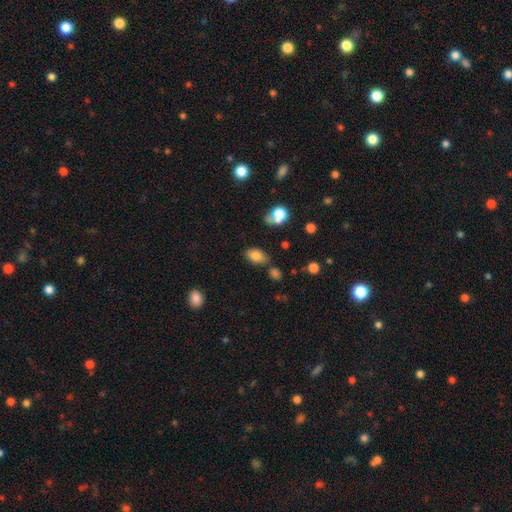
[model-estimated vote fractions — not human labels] Overall: smooth (80%). How rounded: in between (88%). Merging: none (72%).